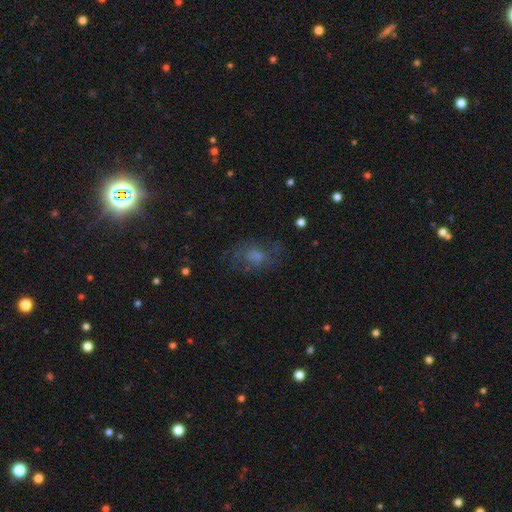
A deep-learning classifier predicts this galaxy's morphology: type=smooth (43%); merging=none (64%).